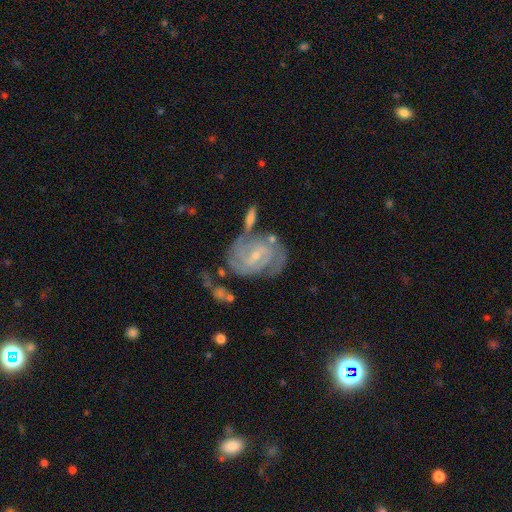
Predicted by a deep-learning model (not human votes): Smooth or featured: featured or disk — 87% (smooth — 8%)
Edge-on disk: no — 97% (yes — 3%)
Bar: weak — 54% (no — 27%)
Spiral arms: yes — 96% (no — 4%)
Spiral winding: tight — 63% (medium — 30%)
Spiral arm count: 2 — 49% (can't tell — 20%)
Bulge size: small — 71% (moderate — 24%)
Merging: none — 57% (minor disturbance — 20%)